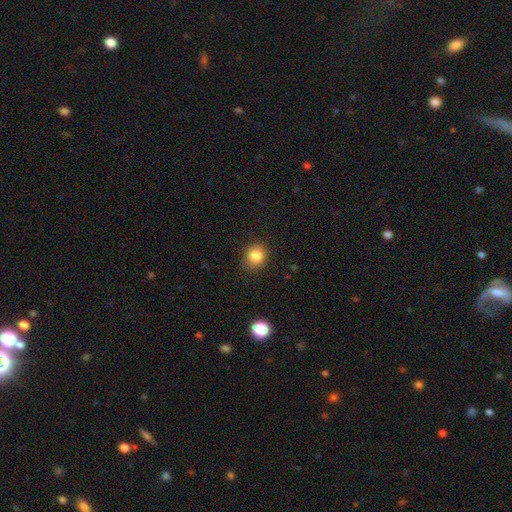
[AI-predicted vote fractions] The model was most divided on "how rounded": round: 83%, in between: 16%, cigar-shaped: 1%. More confident: merging — none (86%); smooth or featured — smooth (84%).